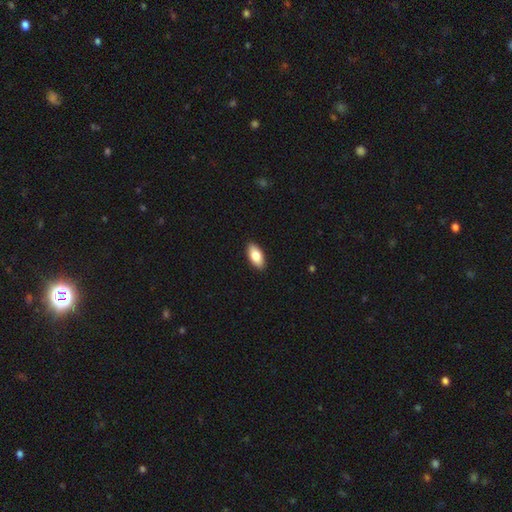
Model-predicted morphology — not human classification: A smooth galaxy with no disk features (83%) that is in between round and cigar-shaped (90%).

Vote fractions:
- Smooth or featured? smooth: 83% / featured or disk: 11% / star or artifact: 6%
- How rounded? in between: 90% / cigar-shaped: 7% / round: 2%
- Merging? none: 90% / minor disturbance: 7% / major disturbance: 2% / merger: 1%